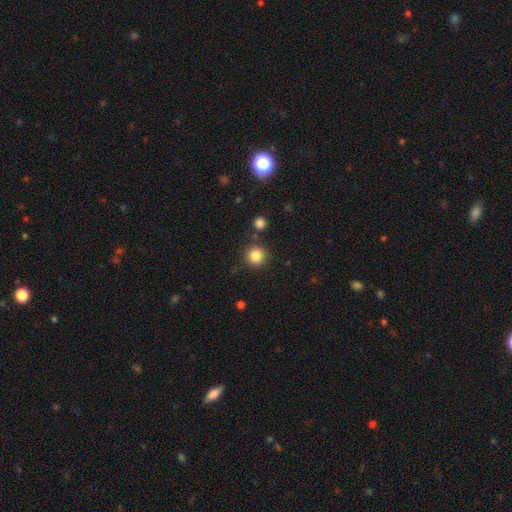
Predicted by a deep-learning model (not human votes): smooth-or-featured: smooth: 85% | star or artifact: 11% | featured or disk: 4%
  how-rounded: round: 94% | in between: 5% | cigar-shaped: 1%
  merging: none: 86% | minor disturbance: 7% | merger: 4% | major disturbance: 3%